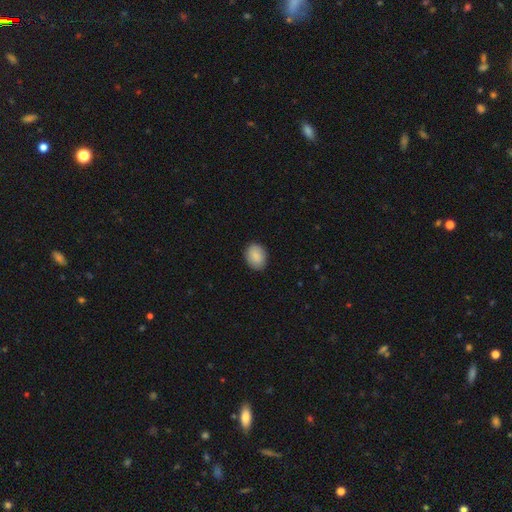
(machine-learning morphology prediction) smooth-or-featured: smooth: 88% | star or artifact: 6% | featured or disk: 5%
  how-rounded: in between: 69% | round: 30% | cigar-shaped: 1%
  merging: none: 86% | minor disturbance: 11% | major disturbance: 2% | merger: 1%